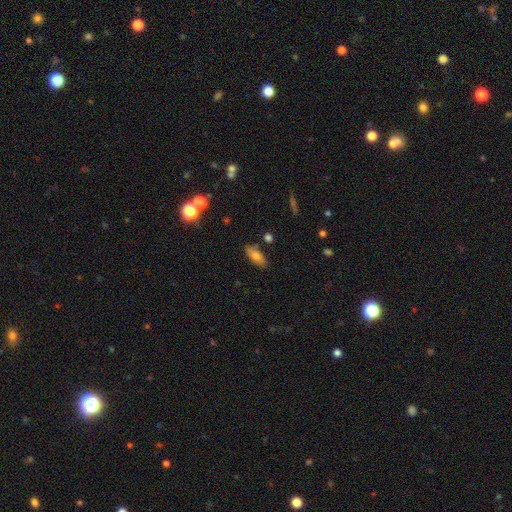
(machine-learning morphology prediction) This appears to be a smooth galaxy with no disk features (72%) that is in between round and cigar-shaped (78%). Merging: none (79%).